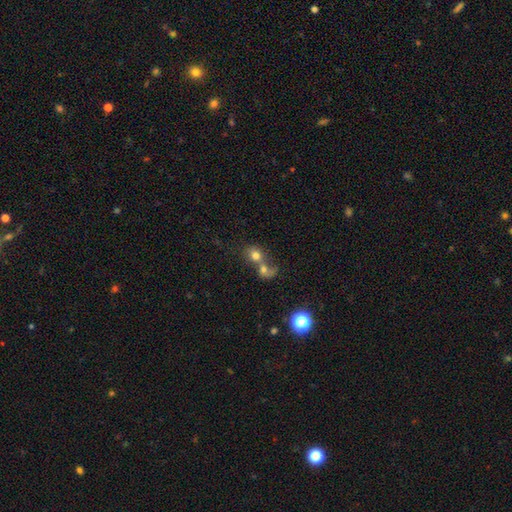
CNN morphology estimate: smooth-or-featured: smooth: 71% | featured or disk: 16% | star or artifact: 12%
  how-rounded: round: 65% | in between: 33% | cigar-shaped: 1%
  merging: merger: 72% | none: 17% | major disturbance: 6% | minor disturbance: 5%